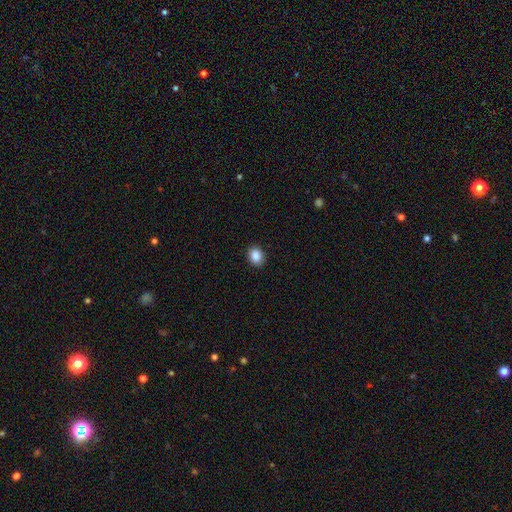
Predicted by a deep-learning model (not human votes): Smooth or featured: smooth — 87% (star or artifact — 9%)
How rounded: round — 53% (in between — 46%)
Merging: none — 91% (minor disturbance — 7%)